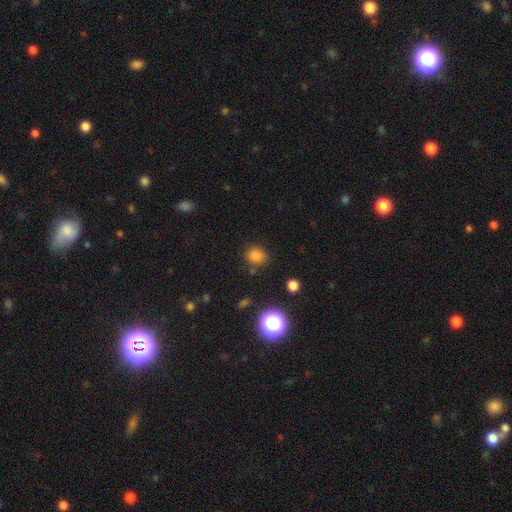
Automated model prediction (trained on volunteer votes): Smooth or featured? smooth (80%)
How rounded? round (75%)
Merging? none (82%)